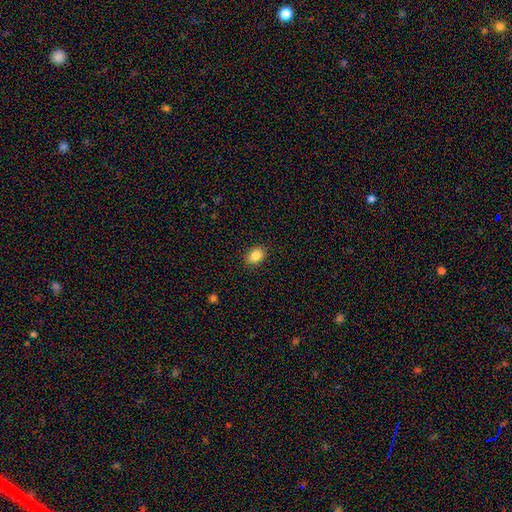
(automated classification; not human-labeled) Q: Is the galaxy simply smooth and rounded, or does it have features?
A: smooth — 86%.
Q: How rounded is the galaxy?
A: in between — 73%.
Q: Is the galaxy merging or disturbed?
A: none — 89%.